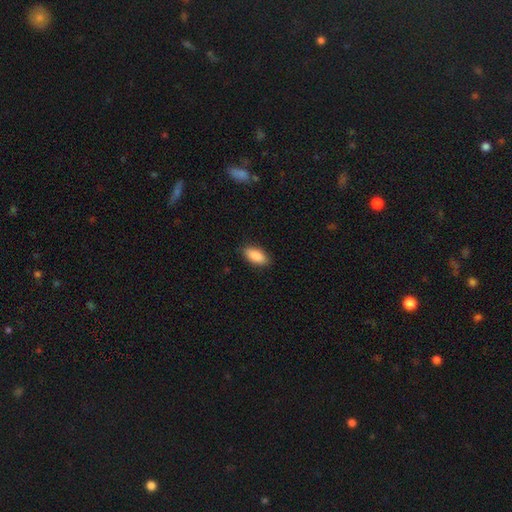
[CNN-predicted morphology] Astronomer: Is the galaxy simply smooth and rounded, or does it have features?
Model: smooth — 89%.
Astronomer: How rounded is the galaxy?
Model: in between — 91%.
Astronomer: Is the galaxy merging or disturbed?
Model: none — 87%.